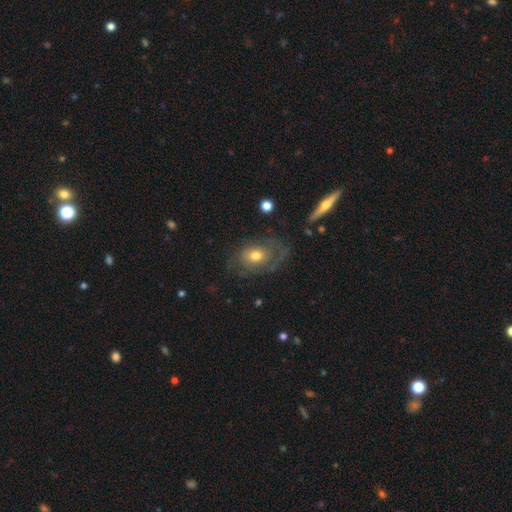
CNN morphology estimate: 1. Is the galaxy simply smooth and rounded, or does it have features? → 55% featured or disk, 36% smooth, 9% star or artifact.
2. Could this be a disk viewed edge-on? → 94% no, 6% yes.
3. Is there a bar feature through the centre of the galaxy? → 80% no, 17% weak, 3% strong.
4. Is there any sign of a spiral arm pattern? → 67% yes, 33% no.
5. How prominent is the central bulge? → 69% moderate, 17% small, 10% large, 1% dominant, 1% none.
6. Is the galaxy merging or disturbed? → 52% none, 24% major disturbance, 22% minor disturbance, 2% merger.